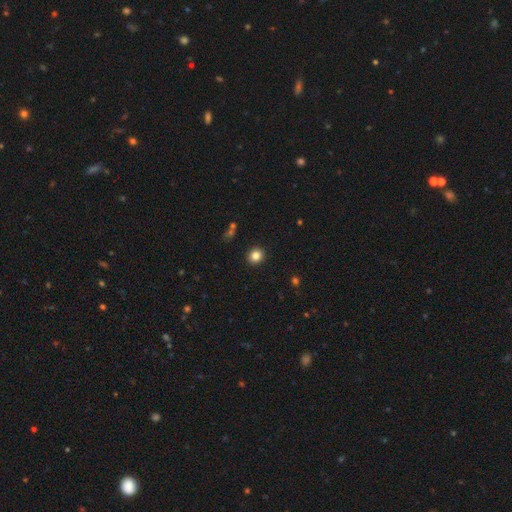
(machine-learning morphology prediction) A smooth galaxy with no disk features (83%) that is round (85%).

Vote fractions:
- Smooth or featured? smooth: 83% / star or artifact: 11% / featured or disk: 6%
- How rounded? round: 85% / in between: 14% / cigar-shaped: 1%
- Merging? none: 92% / minor disturbance: 5% / major disturbance: 2% / merger: 1%